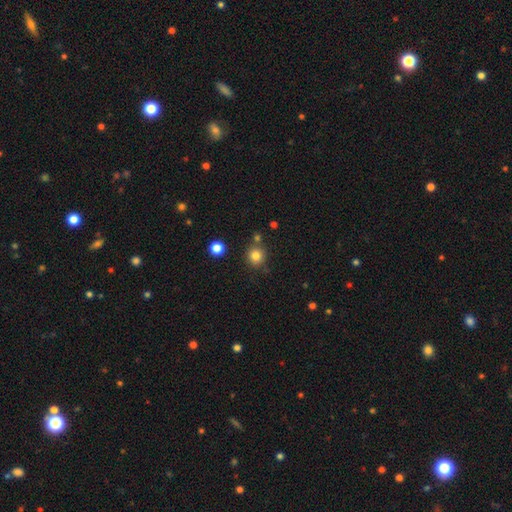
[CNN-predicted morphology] Smooth or featured?
  - smooth: 82% *
  - star or artifact: 12%
  - featured or disk: 6%
How rounded?
  - round: 90% *
  - in between: 9%
  - cigar-shaped: 1%
Merging?
  - none: 78% *
  - merger: 10%
  - minor disturbance: 9%
  - major disturbance: 3%